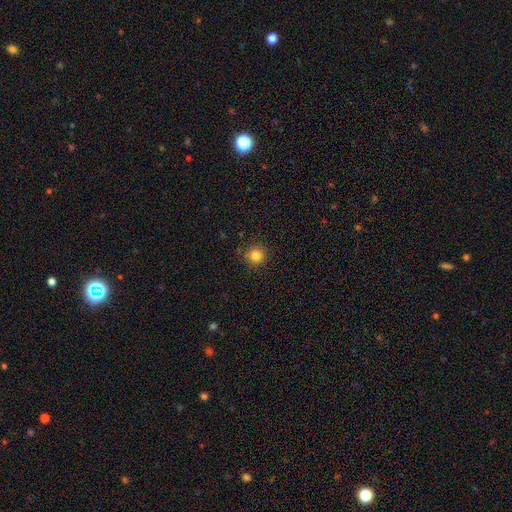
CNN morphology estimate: smooth-or-featured: smooth: 83% | star or artifact: 12% | featured or disk: 5%
  how-rounded: round: 94% | in between: 5% | cigar-shaped: 1%
  merging: none: 89% | minor disturbance: 8% | major disturbance: 2% | merger: 1%